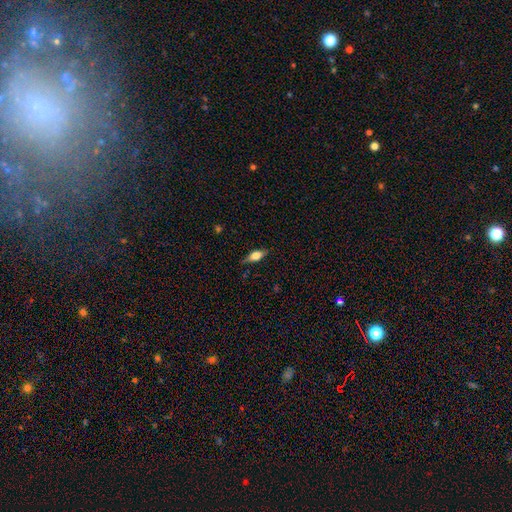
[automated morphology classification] Smooth or featured? smooth (55%)
How rounded? in between (72%)
Merging? none (79%)